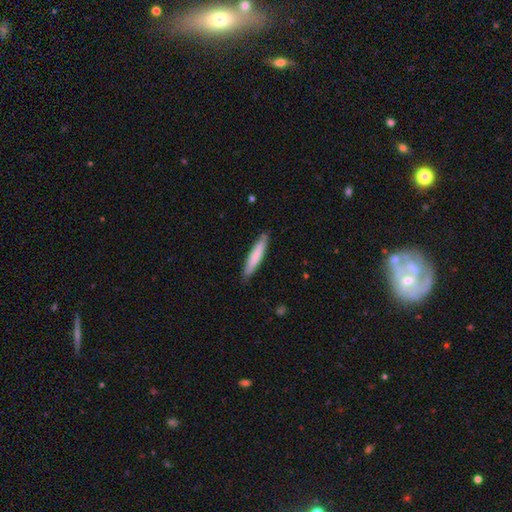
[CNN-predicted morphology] smooth-or-featured: smooth: 77% | featured or disk: 18% | star or artifact: 5%
  how-rounded: cigar-shaped: 91% | in between: 7% | round: 1%
  merging: none: 88% | minor disturbance: 9% | major disturbance: 2% | merger: 1%